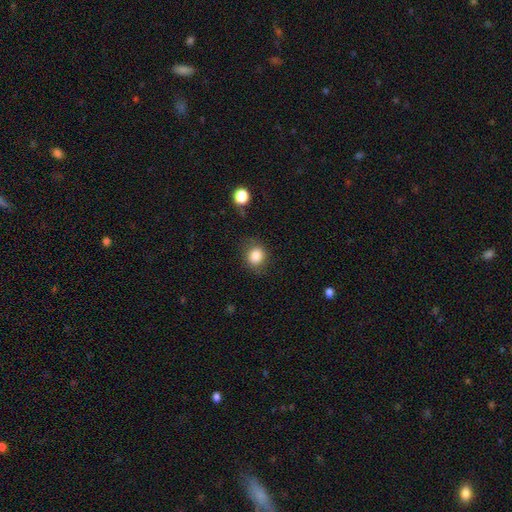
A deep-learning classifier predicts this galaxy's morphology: Smooth or featured? smooth (83%)
How rounded? round (74%)
Merging? none (77%)